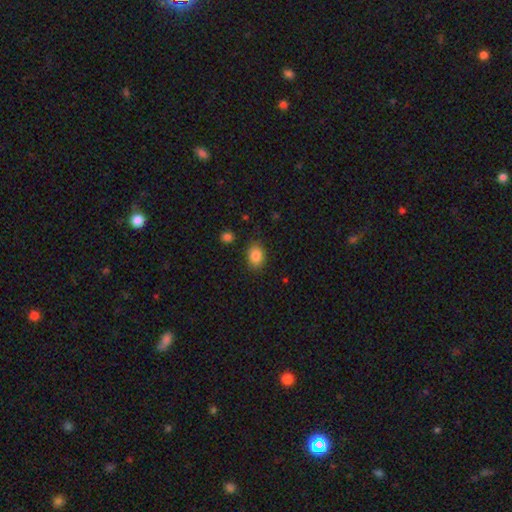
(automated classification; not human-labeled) Smooth or featured?
  - smooth: 86% *
  - star or artifact: 9%
  - featured or disk: 5%
How rounded?
  - in between: 69% *
  - round: 30%
  - cigar-shaped: 1%
Merging?
  - none: 84% *
  - minor disturbance: 11%
  - major disturbance: 3%
  - merger: 2%